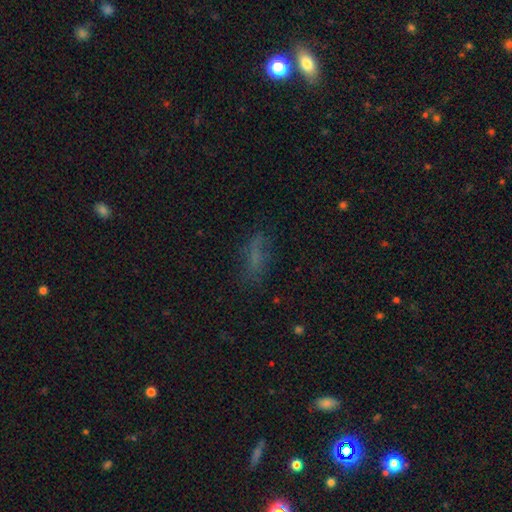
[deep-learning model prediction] Smooth or featured: smooth — 53% (featured or disk — 24%)
How rounded: in between — 57% (cigar-shaped — 38%)
Merging: none — 65% (minor disturbance — 20%)